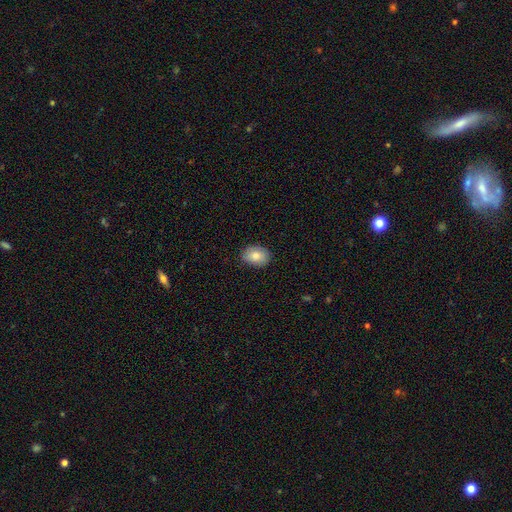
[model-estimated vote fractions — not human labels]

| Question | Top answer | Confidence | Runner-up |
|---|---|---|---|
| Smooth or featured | smooth | 83% | featured or disk (10%) |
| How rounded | in between | 71% | round (28%) |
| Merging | none | 84% | minor disturbance (13%) |